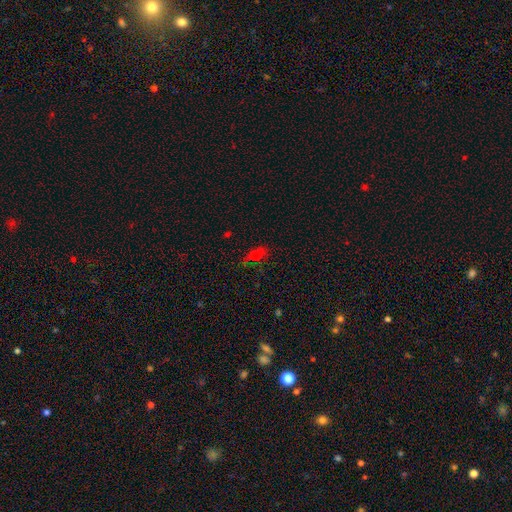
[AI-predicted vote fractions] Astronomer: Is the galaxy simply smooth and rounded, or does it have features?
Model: smooth — 61%.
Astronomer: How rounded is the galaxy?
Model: in between — 73%.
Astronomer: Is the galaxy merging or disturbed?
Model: none — 62%.